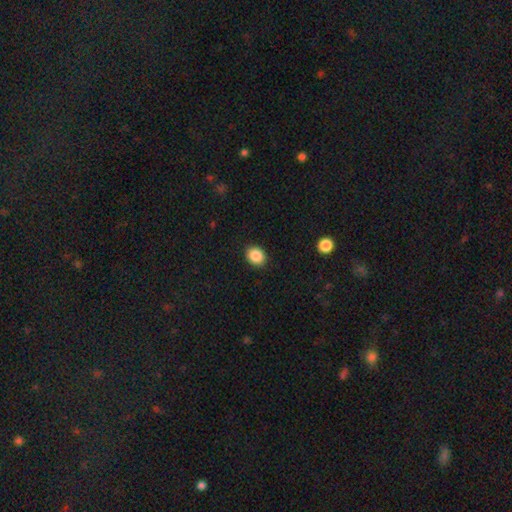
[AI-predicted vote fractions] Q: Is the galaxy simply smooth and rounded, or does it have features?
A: smooth — 88%.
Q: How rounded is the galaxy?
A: round — 51%.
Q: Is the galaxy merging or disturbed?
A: none — 90%.